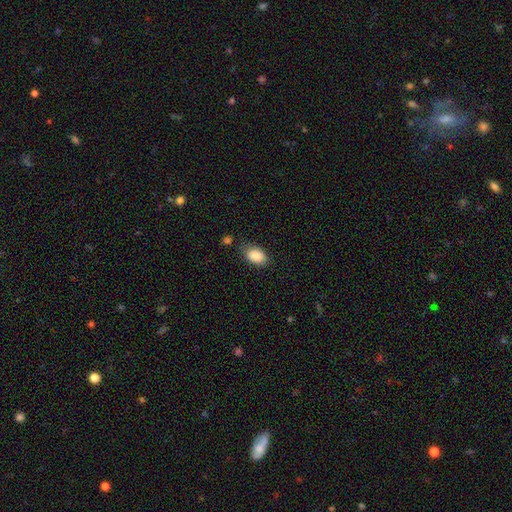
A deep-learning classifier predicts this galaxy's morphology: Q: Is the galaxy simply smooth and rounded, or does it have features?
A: smooth — 88%.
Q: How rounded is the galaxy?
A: in between — 89%.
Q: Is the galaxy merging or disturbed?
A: none — 71%.